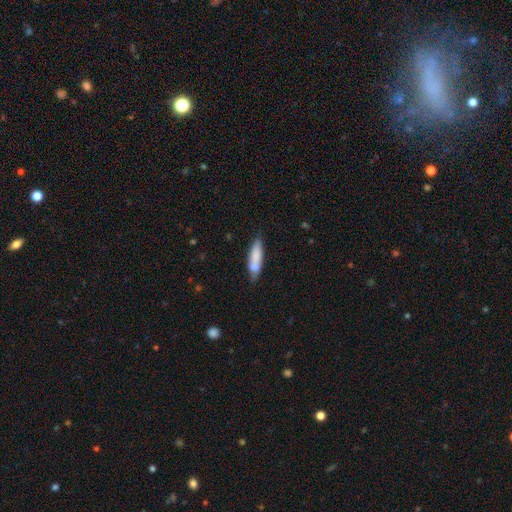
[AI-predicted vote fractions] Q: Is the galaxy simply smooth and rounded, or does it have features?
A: smooth — 77%.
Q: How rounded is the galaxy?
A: cigar-shaped — 62%.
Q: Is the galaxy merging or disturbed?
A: none — 64%.